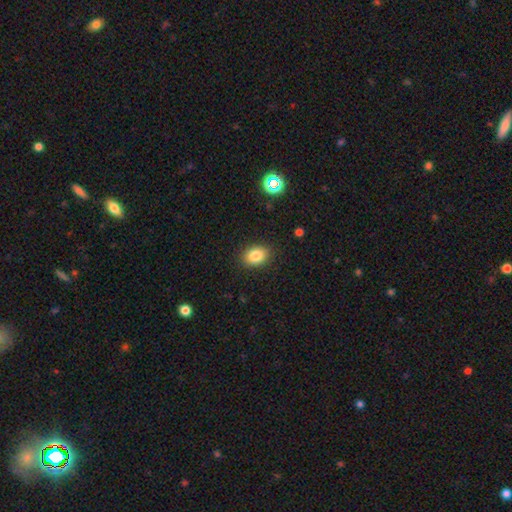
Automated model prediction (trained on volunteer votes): smooth 83%, star or artifact 10%, featured or disk 7%. Down the decision tree: how rounded — in between (66%); merging — none (87%).